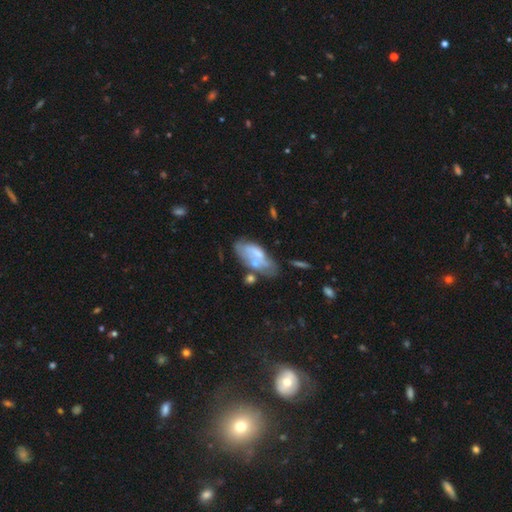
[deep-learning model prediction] A smooth galaxy with no disk features (48%).

Vote fractions:
- Smooth or featured? smooth: 48% / featured or disk: 44% / star or artifact: 8%
- Merging? none: 36% / minor disturbance: 27% / merger: 19% / major disturbance: 17%